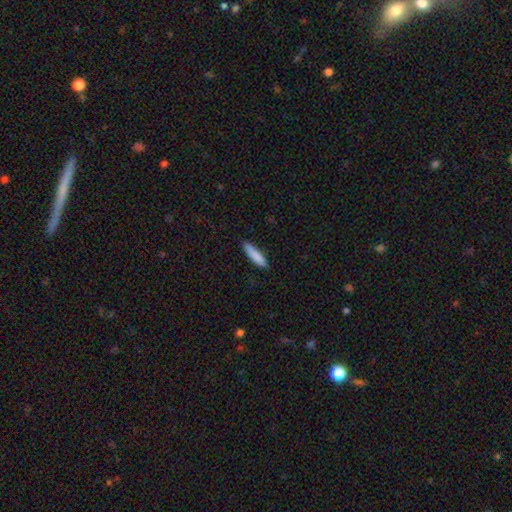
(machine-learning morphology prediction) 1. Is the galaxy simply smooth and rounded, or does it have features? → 86% smooth, 8% featured or disk, 6% star or artifact.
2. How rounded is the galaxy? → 75% cigar-shaped, 24% in between, 1% round.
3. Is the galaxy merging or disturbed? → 85% none, 12% minor disturbance, 2% major disturbance, 1% merger.